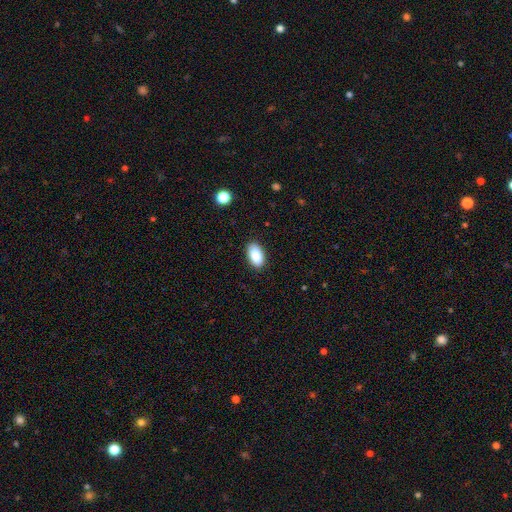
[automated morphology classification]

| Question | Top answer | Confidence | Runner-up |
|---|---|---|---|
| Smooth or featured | smooth | 88% | star or artifact (7%) |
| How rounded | in between | 94% | round (4%) |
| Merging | none | 87% | minor disturbance (10%) |